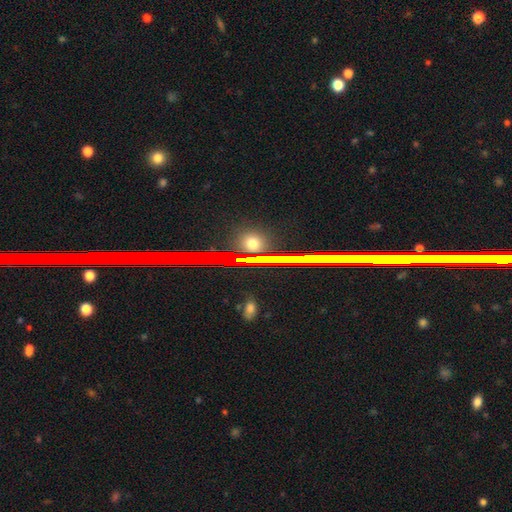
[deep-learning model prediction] A star or artifact, not a galaxy (76%).

Vote fractions:
- Smooth or featured? star or artifact: 76% / featured or disk: 15% / smooth: 9%